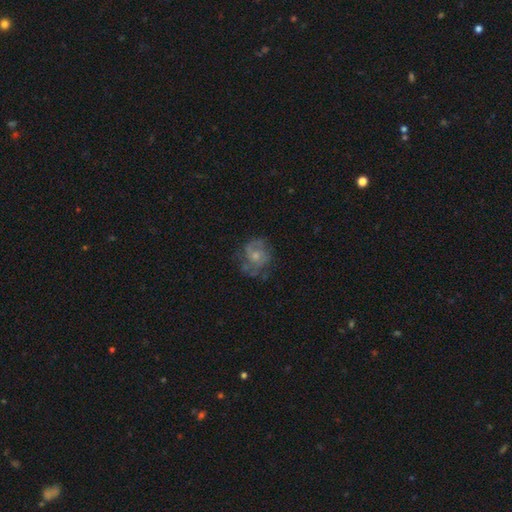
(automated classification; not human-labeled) Morphology: type=featured or disk (68%); edge-on=no (98%); bar=no (74%); spiral arms=yes (82%); winding=medium (45%); arm count=2 (55%); bulge=small (50%); merging=none (60%).